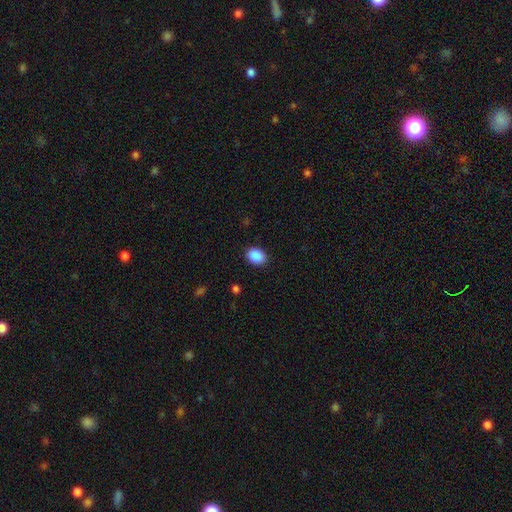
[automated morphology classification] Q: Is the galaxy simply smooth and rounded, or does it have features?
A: smooth — 90%.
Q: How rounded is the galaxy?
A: in between — 75%.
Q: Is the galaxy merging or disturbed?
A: none — 89%.